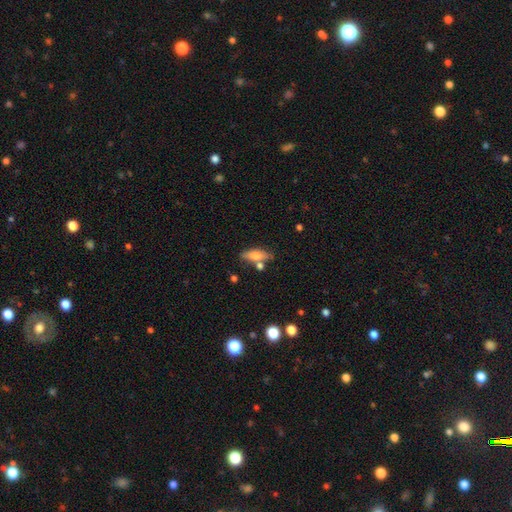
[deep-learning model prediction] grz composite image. It shows a smooth galaxy with no disk features (67%) that is in between round and cigar-shaped (59%). Merging: none (66%).